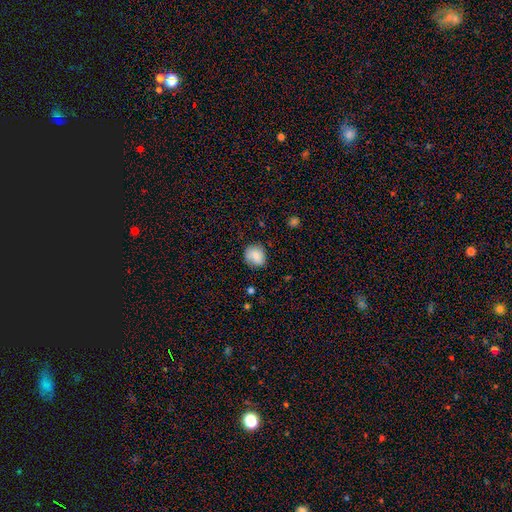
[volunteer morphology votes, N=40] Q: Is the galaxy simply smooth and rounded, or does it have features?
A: smooth — 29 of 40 (72%).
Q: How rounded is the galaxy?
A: round — 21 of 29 (72%).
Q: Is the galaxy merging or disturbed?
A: none — 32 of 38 (84%).